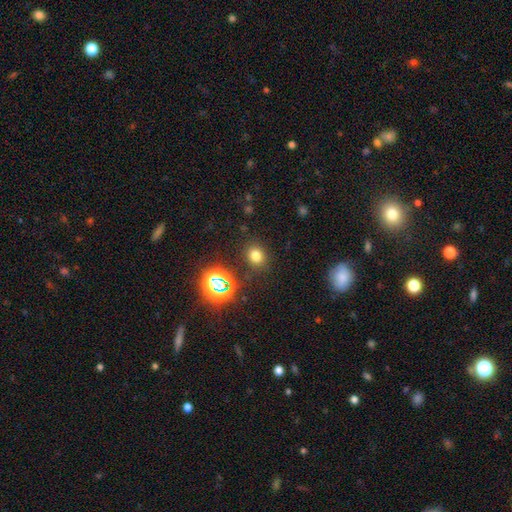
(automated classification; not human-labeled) smooth-or-featured: smooth: 72% | star or artifact: 21% | featured or disk: 7%
  how-rounded: round: 64% | in between: 35% | cigar-shaped: 1%
  merging: none: 85% | minor disturbance: 9% | major disturbance: 4% | merger: 2%